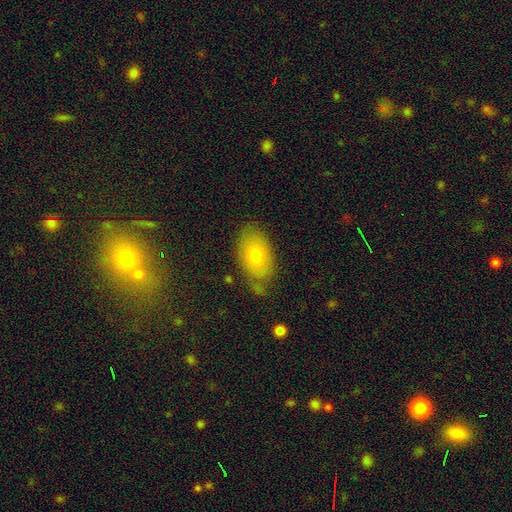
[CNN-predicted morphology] The model was most divided on "merging": none: 66%, minor disturbance: 23%, major disturbance: 7%, merger: 4%. More confident: how rounded — in between (90%); smooth or featured — smooth (71%).